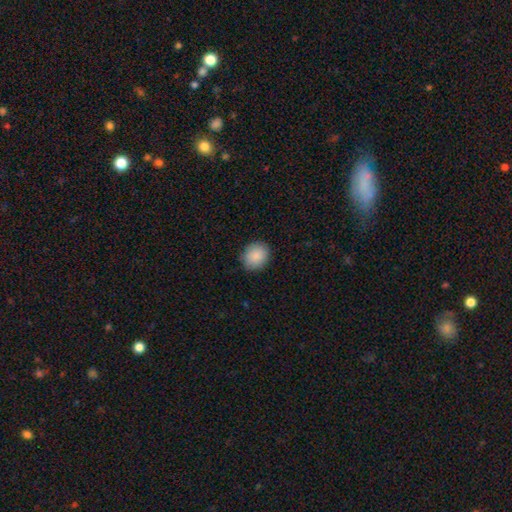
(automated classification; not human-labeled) A smooth galaxy with no disk features (90%) that is round (65%). Merging: none (87%).